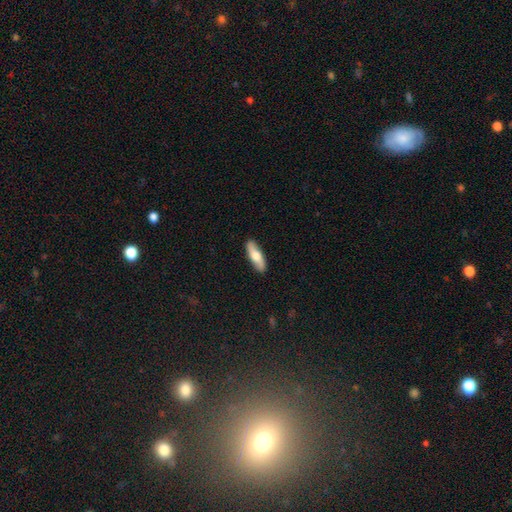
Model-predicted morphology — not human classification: smooth_or_featured: smooth (p=0.61) [alt: featured or disk p=0.34]
how_rounded: cigar-shaped (p=0.55) [alt: in between p=0.42]
merging: none (p=0.88) [alt: minor disturbance p=0.09]